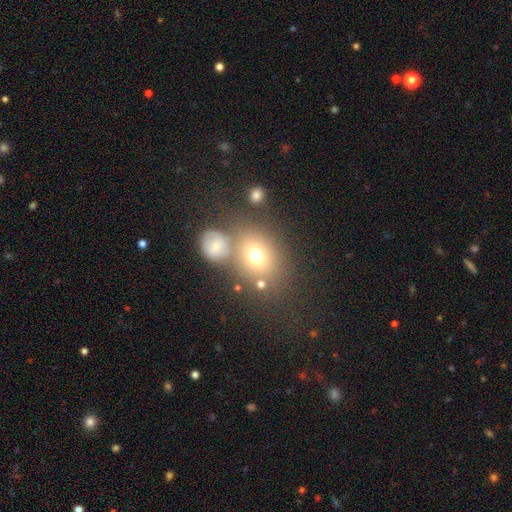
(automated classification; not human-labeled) Morphology: type=smooth (70%); roundness=round (58%); merging=none (57%).